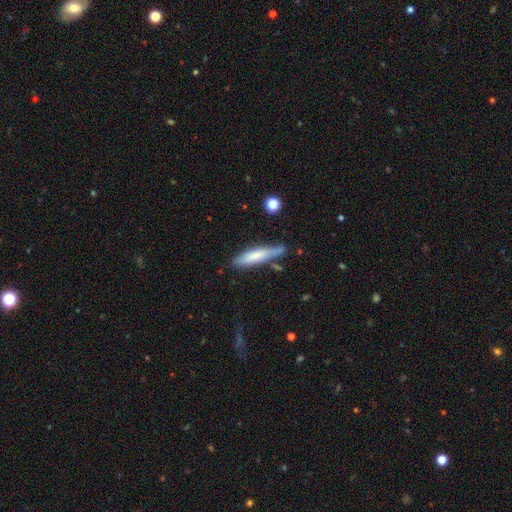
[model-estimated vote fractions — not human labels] The model was most divided on "merging": none: 62%, minor disturbance: 24%, merger: 8%, major disturbance: 6%. More confident: how rounded — cigar-shaped (79%); smooth or featured — smooth (67%).